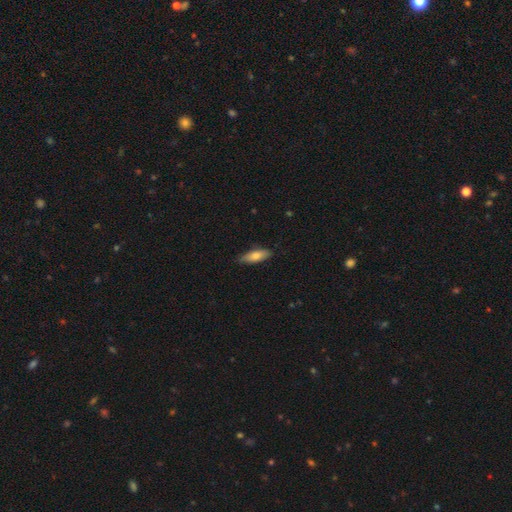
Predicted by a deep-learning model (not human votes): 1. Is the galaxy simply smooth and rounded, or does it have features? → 71% smooth, 23% featured or disk, 6% star or artifact.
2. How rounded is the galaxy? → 58% in between, 39% cigar-shaped, 2% round.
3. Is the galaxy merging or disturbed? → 82% none, 15% minor disturbance, 2% major disturbance, 1% merger.